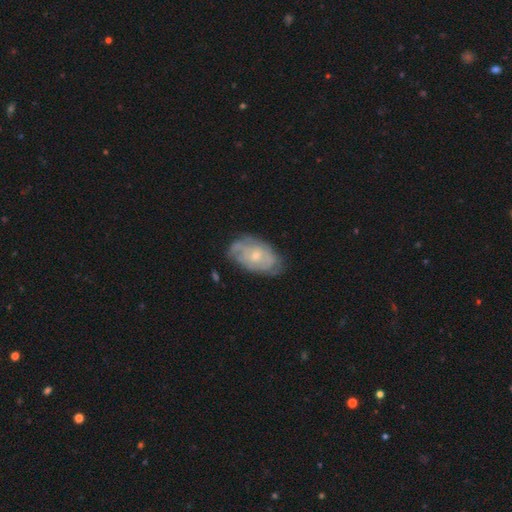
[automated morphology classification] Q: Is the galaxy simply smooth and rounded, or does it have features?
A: featured or disk — 66%.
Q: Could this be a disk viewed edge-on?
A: no — 95%.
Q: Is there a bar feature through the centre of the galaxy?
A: no — 79%.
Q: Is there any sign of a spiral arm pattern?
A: yes — 74%.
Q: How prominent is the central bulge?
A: small — 56%.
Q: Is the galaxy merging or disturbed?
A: none — 65%.